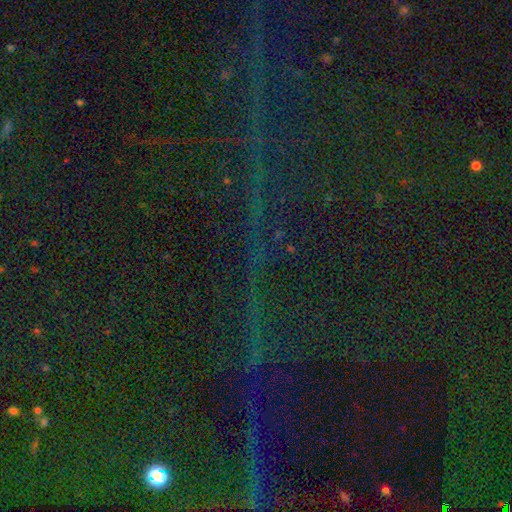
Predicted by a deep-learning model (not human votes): Smooth or featured? Predicted: star or artifact (p=0.86).